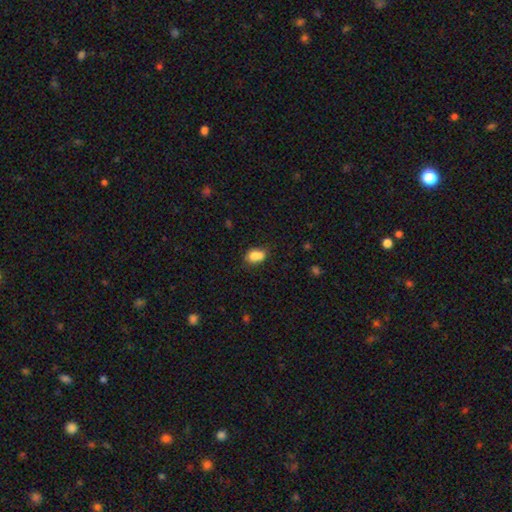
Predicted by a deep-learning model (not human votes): Smooth or featured?
  - smooth: 79% *
  - featured or disk: 12%
  - star or artifact: 10%
How rounded?
  - in between: 74% *
  - round: 24%
  - cigar-shaped: 2%
Merging?
  - none: 42% *
  - merger: 33%
  - minor disturbance: 19%
  - major disturbance: 6%